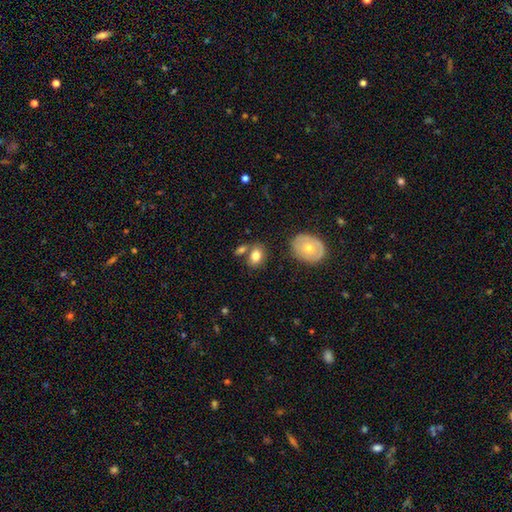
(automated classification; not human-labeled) A smooth galaxy with no disk features (79%) that is in between round and cigar-shaped (74%). Merging: none (63%).